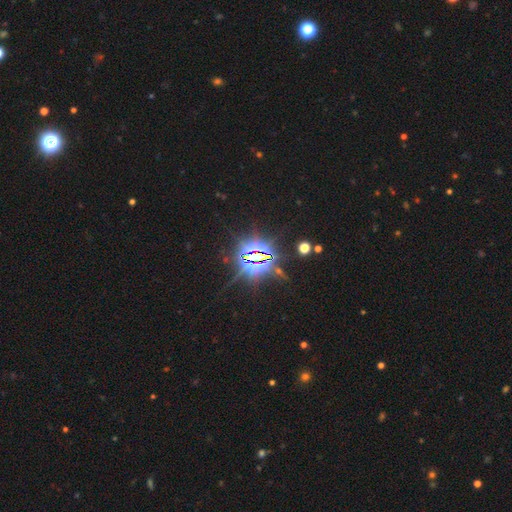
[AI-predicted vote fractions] A star or artifact, not a galaxy (84%).

Vote fractions:
- Smooth or featured? star or artifact: 84% / featured or disk: 8% / smooth: 8%